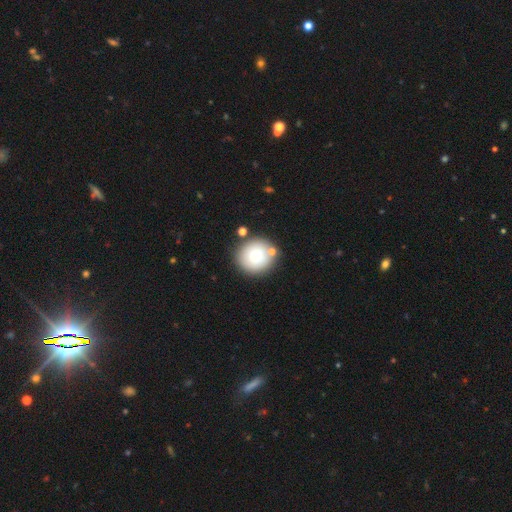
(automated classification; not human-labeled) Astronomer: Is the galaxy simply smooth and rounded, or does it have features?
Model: smooth — 71%.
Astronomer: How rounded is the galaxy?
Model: round — 90%.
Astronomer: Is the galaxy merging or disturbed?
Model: none — 80%.